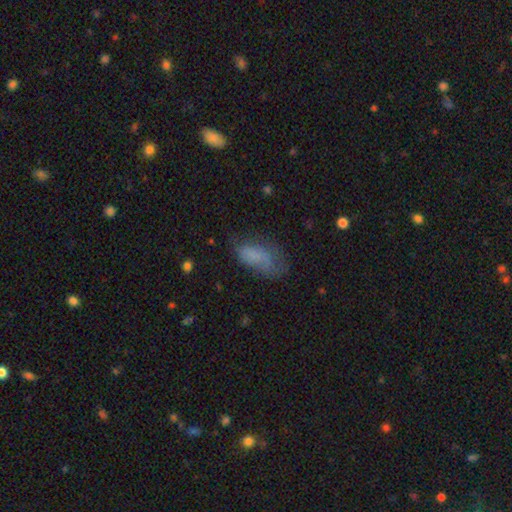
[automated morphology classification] Smooth or featured?
  - smooth: 68% *
  - featured or disk: 21%
  - star or artifact: 11%
How rounded?
  - in between: 89% *
  - cigar-shaped: 7%
  - round: 4%
Merging?
  - none: 37% *
  - minor disturbance: 30%
  - major disturbance: 30%
  - merger: 3%